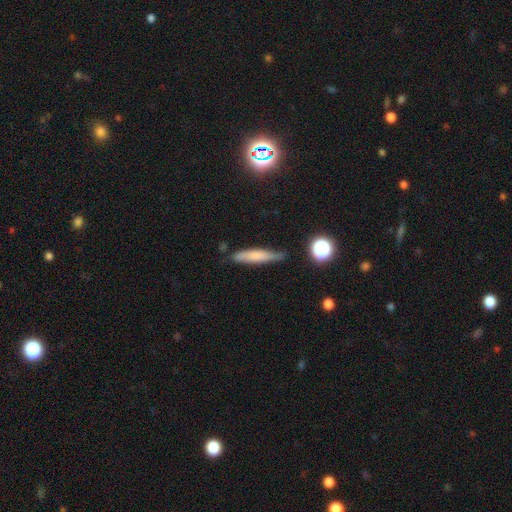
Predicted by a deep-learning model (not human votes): Smooth or featured: smooth — 65% (featured or disk — 25%)
How rounded: cigar-shaped — 84% (in between — 13%)
Merging: none — 73% (minor disturbance — 20%)